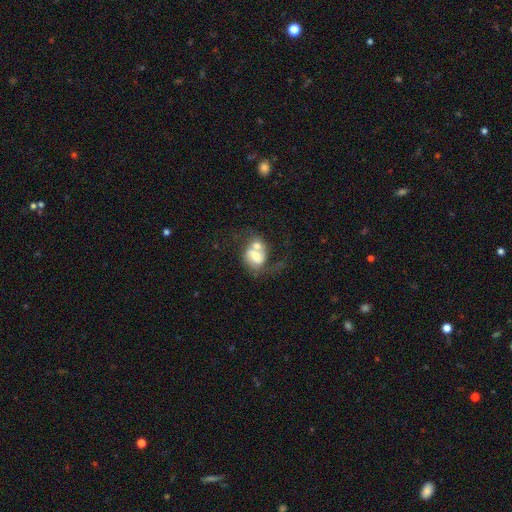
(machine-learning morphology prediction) smooth_or_featured: featured or disk (p=0.58) [alt: smooth p=0.35]
disk_edge_on: no (p=0.97) [alt: yes p=0.03]
bar: no (p=0.58) [alt: weak p=0.31]
has_spiral_arms: yes (p=0.68) [alt: no p=0.32]
bulge_size: moderate (p=0.55) [alt: small p=0.26]
merging: merger (p=0.51) [alt: none p=0.22]